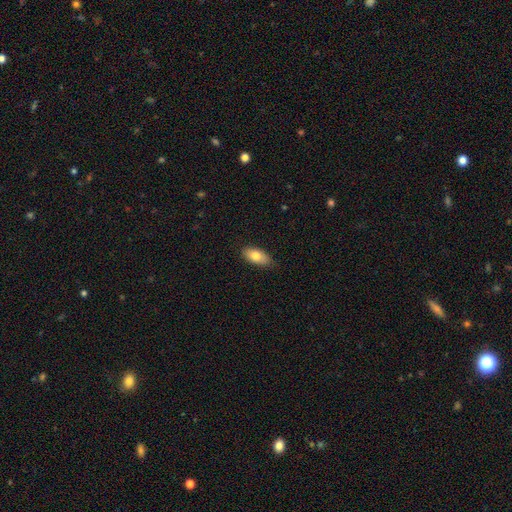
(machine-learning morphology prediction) Smooth or featured: smooth — 79% (featured or disk — 15%)
How rounded: in between — 91% (cigar-shaped — 6%)
Merging: none — 84% (minor disturbance — 13%)